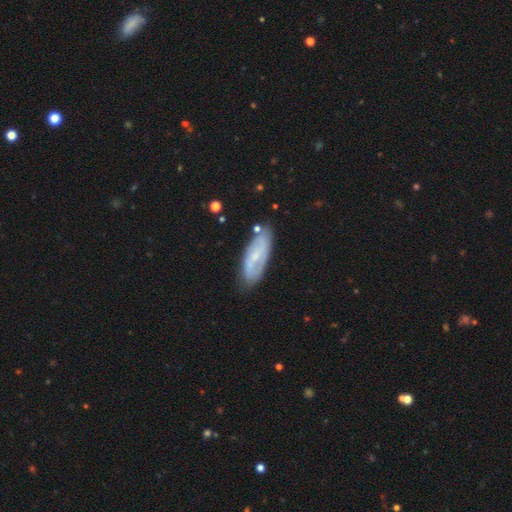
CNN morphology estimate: Q: Smooth or featured?
A: featured or disk (57%); runner-up: smooth (36%)
Q: Edge-on disk?
A: no (86%); runner-up: yes (14%)
Q: Merging?
A: none (76%); runner-up: minor disturbance (17%)